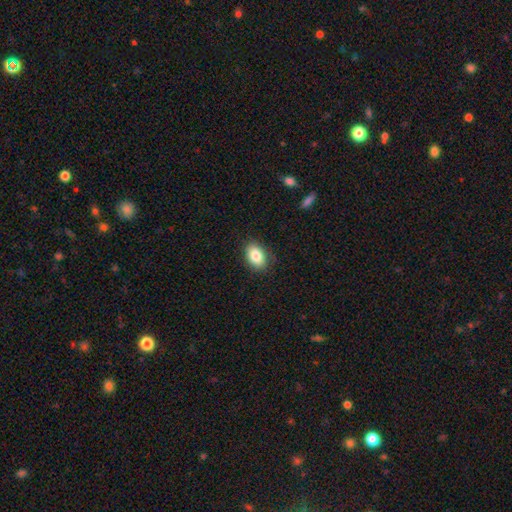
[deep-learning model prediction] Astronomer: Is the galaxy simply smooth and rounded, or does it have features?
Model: smooth — 84%.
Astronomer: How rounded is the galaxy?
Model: in between — 84%.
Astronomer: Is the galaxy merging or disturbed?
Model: none — 85%.